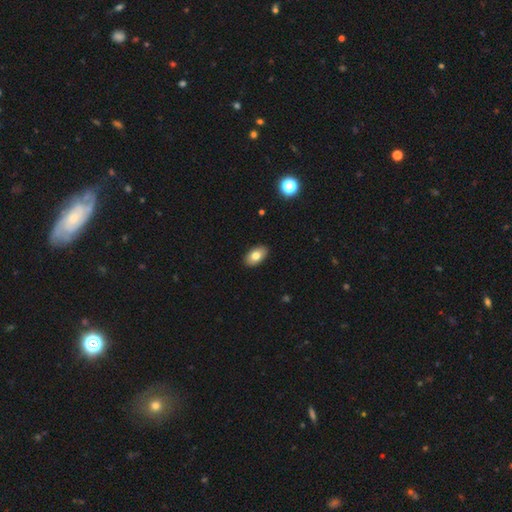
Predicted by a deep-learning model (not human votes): Smooth or featured: smooth — 78% (featured or disk — 15%)
How rounded: in between — 93% (round — 5%)
Merging: none — 90% (minor disturbance — 7%)